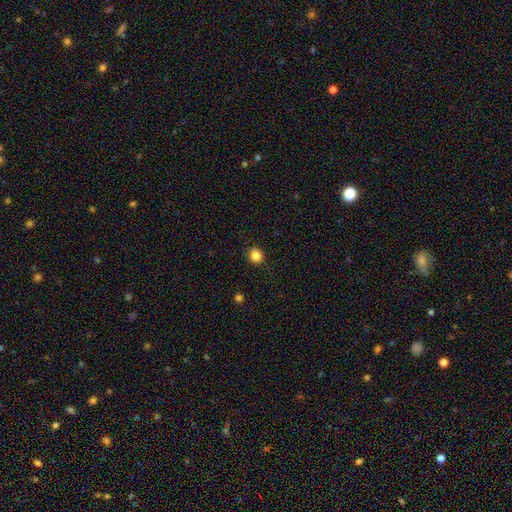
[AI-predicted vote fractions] Smooth or featured? Predicted: smooth (p=0.85). How rounded? Predicted: round (p=0.74). Merging? Predicted: none (p=0.87).